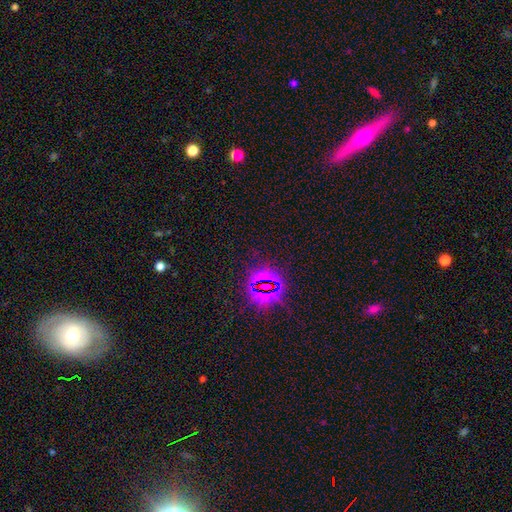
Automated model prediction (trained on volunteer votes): The model was most divided on "smooth or featured": star or artifact: 78%, smooth: 14%, featured or disk: 8%.